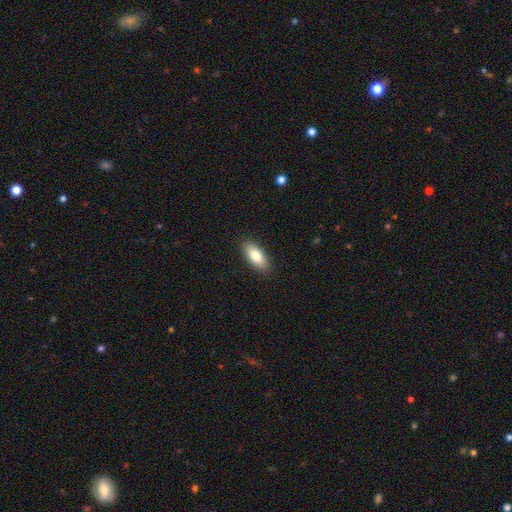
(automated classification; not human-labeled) A smooth galaxy with no disk features (79%) that is in between round and cigar-shaped (84%). Merging: none (89%).